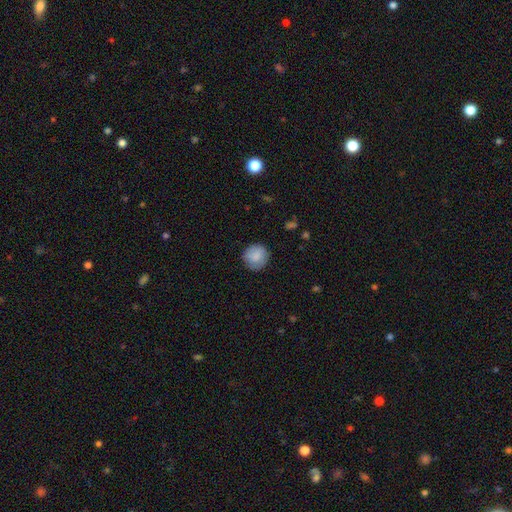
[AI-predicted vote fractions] This is clearly a smooth galaxy (85%). How rounded: clearly round (92%). Merging: clearly none (84%).